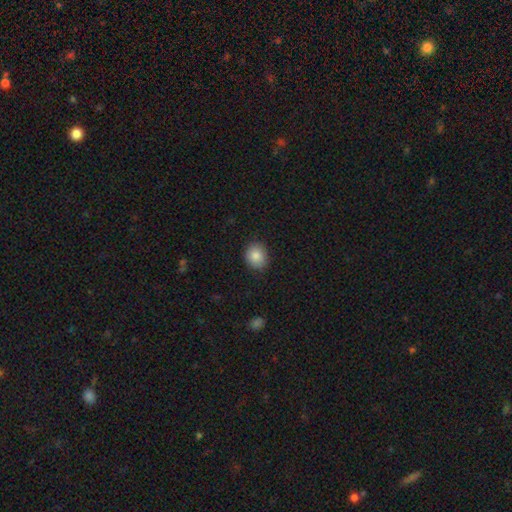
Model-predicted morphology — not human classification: Q: Smooth or featured?
A: smooth (85%); runner-up: star or artifact (8%)
Q: How rounded?
A: round (69%); runner-up: in between (30%)
Q: Merging?
A: none (86%); runner-up: minor disturbance (10%)